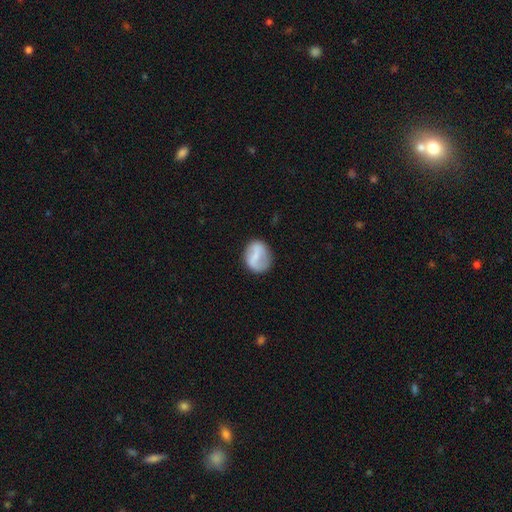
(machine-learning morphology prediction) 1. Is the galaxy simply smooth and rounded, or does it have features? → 49% smooth, 44% featured or disk, 7% star or artifact.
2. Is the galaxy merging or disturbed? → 77% none, 15% minor disturbance, 6% major disturbance, 2% merger.